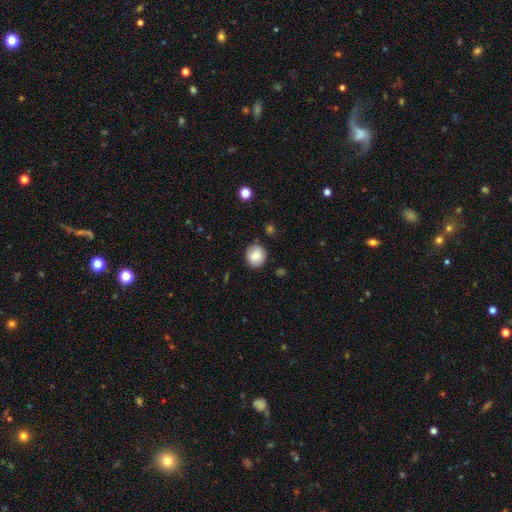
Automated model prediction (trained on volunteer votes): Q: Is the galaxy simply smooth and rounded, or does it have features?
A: smooth — 84%.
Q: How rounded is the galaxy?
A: round — 83%.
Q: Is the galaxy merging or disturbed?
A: none — 85%.